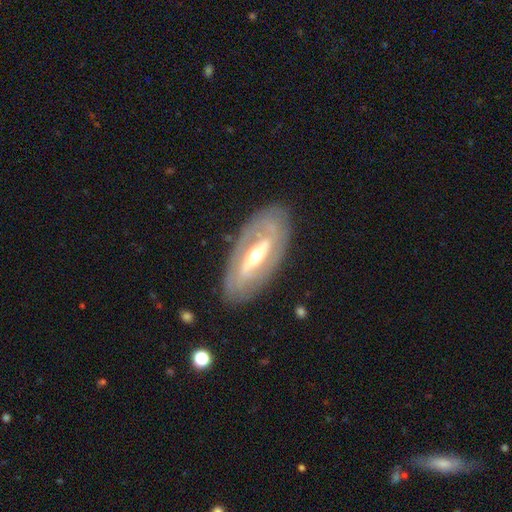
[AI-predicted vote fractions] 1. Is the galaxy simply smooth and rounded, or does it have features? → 79% featured or disk, 16% smooth, 5% star or artifact.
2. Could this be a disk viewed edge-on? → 86% no, 14% yes.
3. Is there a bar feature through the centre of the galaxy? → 51% strong, 28% weak, 21% no.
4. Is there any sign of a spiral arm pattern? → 63% yes, 37% no.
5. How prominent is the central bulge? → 59% moderate, 34% small, 5% large, 1% dominant, 1% none.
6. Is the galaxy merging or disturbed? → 82% none, 12% minor disturbance, 4% major disturbance, 1% merger.